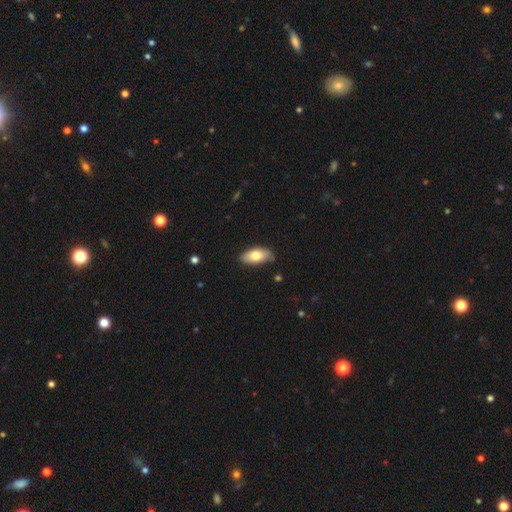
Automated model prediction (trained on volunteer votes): A smooth galaxy with no disk features (75%) that is in between round and cigar-shaped (90%). Merging: none (80%).